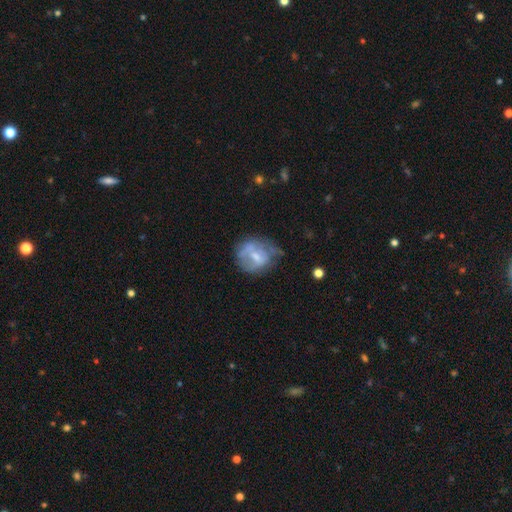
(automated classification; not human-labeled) Smooth or featured? featured or disk (52%)
Edge-on disk? no (97%)
Bar? no (51%)
Spiral arms? no (64%)
Bulge size? moderate (44%)
Merging? none (41%)